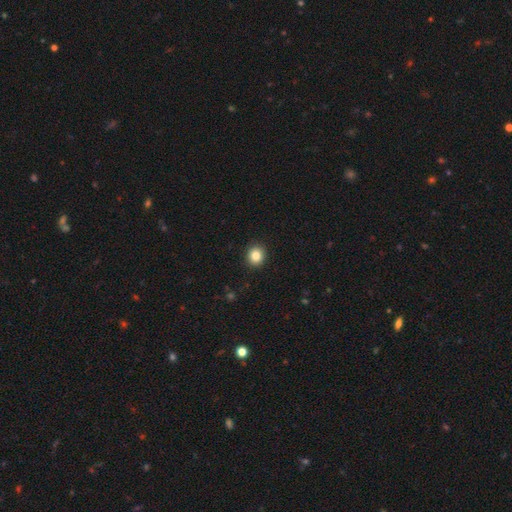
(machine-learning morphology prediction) Smooth or featured? smooth (84%)
How rounded? round (79%)
Merging? none (92%)